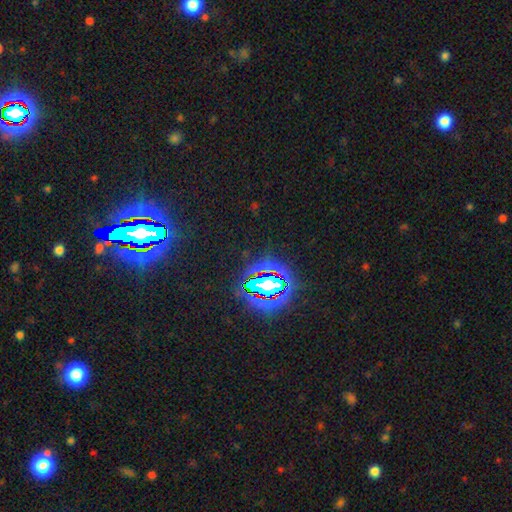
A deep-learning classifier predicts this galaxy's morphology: A star or artifact, not a galaxy (83%).